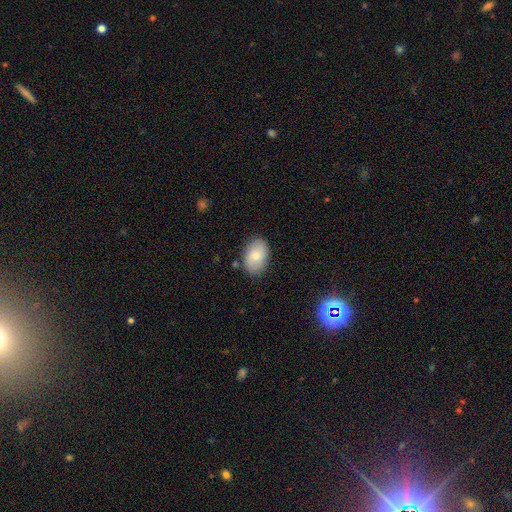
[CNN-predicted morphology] This appears to be a smooth galaxy with no disk features (78%) that is in between round and cigar-shaped (89%). Merging: none (83%).